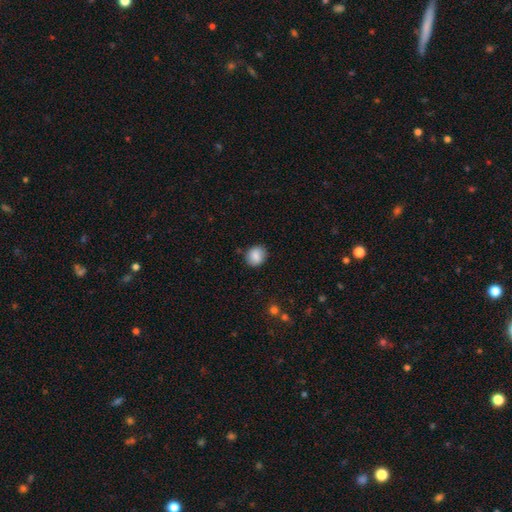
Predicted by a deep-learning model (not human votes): Overall: smooth (85%). How rounded: round (71%). Merging: none (83%).